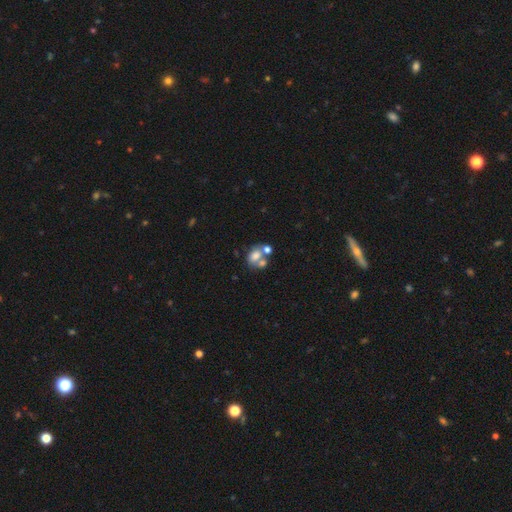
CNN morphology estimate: A smooth galaxy with no disk features (63%) that is in between round and cigar-shaped (61%). Merging: merger (50%).